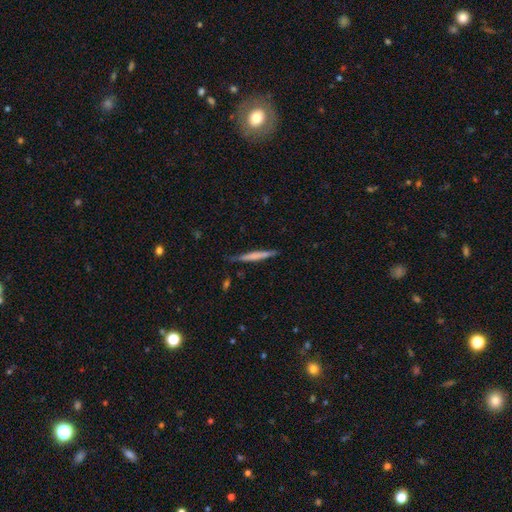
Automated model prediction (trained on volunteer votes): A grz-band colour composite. It shows a smooth galaxy with no disk features (54%) that is cigar-shaped (96%). Merging: none (81%).